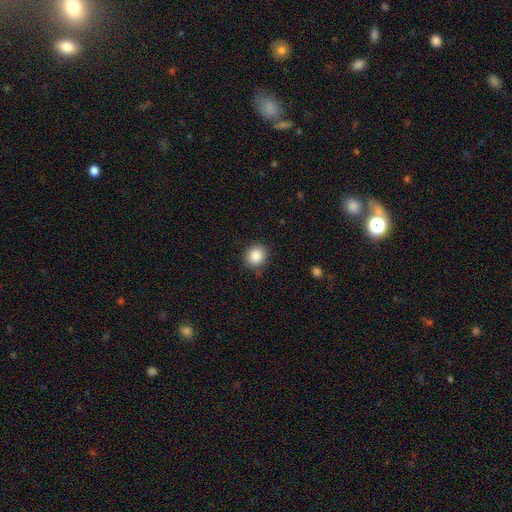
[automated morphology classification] Q: Smooth or featured?
A: smooth (87%); runner-up: star or artifact (9%)
Q: How rounded?
A: round (83%); runner-up: in between (16%)
Q: Merging?
A: none (87%); runner-up: minor disturbance (9%)